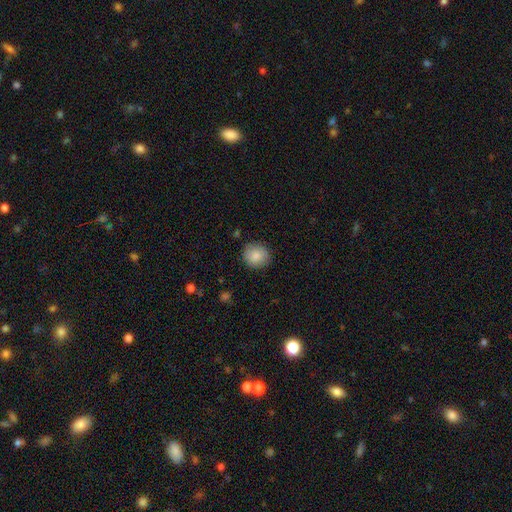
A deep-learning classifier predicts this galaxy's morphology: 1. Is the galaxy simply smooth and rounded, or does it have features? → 86% smooth, 8% star or artifact, 7% featured or disk.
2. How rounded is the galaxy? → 84% round, 15% in between, 1% cigar-shaped.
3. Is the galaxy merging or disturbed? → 86% none, 10% minor disturbance, 2% major disturbance, 1% merger.